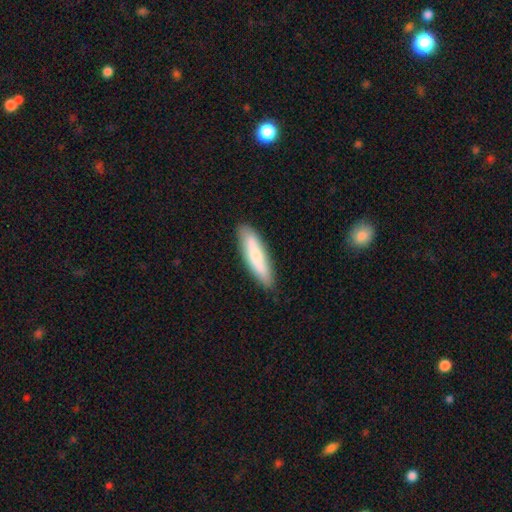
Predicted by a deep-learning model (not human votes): smooth 72%, featured or disk 23%, star or artifact 6%. Down the decision tree: how rounded — cigar-shaped (75%); merging — none (86%).